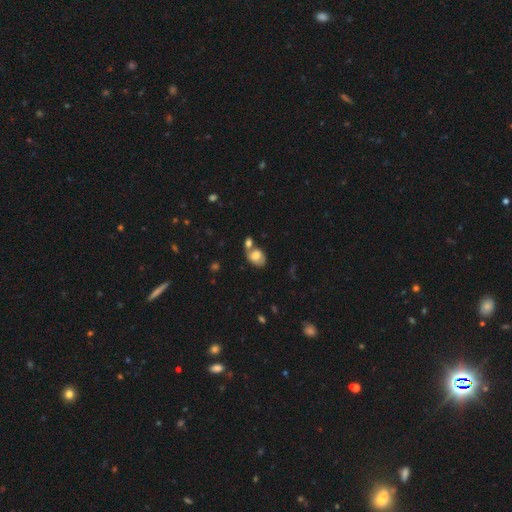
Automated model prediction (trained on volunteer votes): This is likely a smooth galaxy (72%). How rounded: likely in between (68%). Merging: possibly merger (46%).